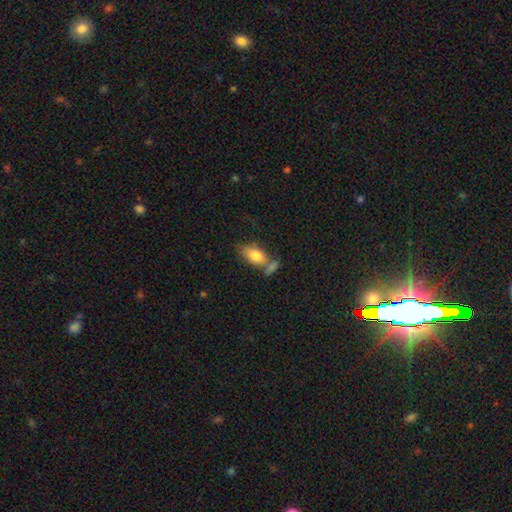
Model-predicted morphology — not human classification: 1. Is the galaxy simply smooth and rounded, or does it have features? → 78% smooth, 15% featured or disk, 7% star or artifact.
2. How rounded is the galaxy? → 89% in between, 6% round, 5% cigar-shaped.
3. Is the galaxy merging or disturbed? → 46% none, 31% merger, 17% minor disturbance, 6% major disturbance.